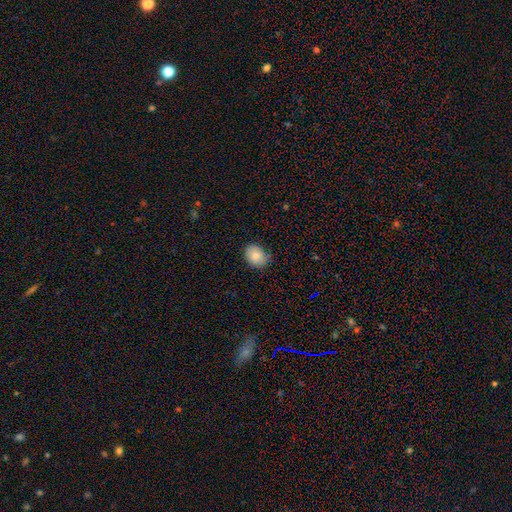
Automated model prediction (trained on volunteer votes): Overall: smooth (82%). How rounded: in between (61%; round 38%). Merging: none (80%).